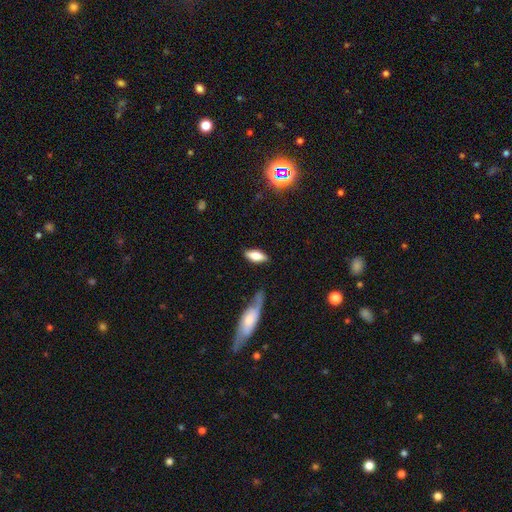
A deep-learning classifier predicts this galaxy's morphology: This appears to be a smooth galaxy with no disk features (72%) that is in between round and cigar-shaped (77%). Merging: none (77%).